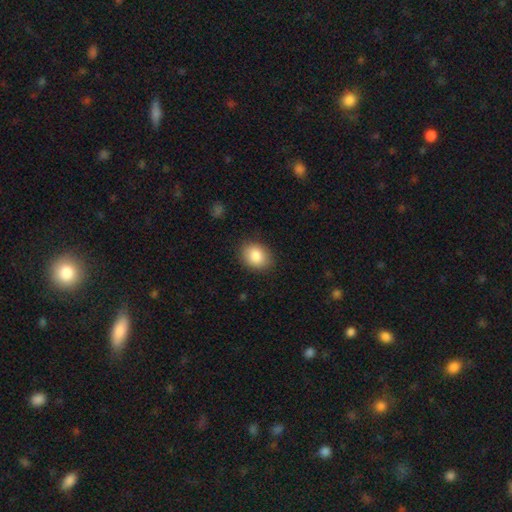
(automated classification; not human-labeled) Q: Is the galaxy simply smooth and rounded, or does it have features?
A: smooth — 86%.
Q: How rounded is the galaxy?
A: in between — 59%.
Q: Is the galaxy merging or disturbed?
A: none — 86%.